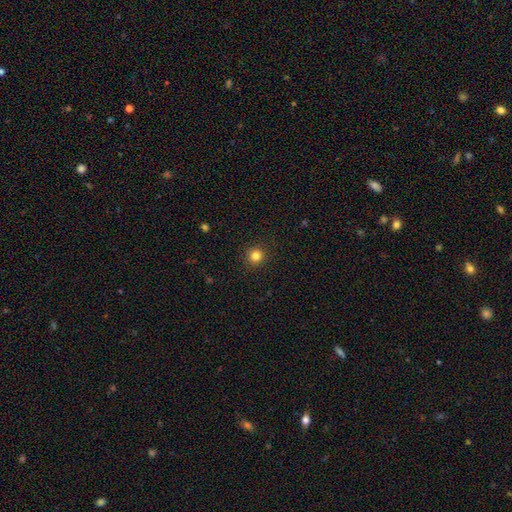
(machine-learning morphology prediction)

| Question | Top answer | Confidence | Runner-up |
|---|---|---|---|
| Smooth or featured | smooth | 84% | star or artifact (12%) |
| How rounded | round | 93% | in between (6%) |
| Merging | none | 92% | minor disturbance (5%) |